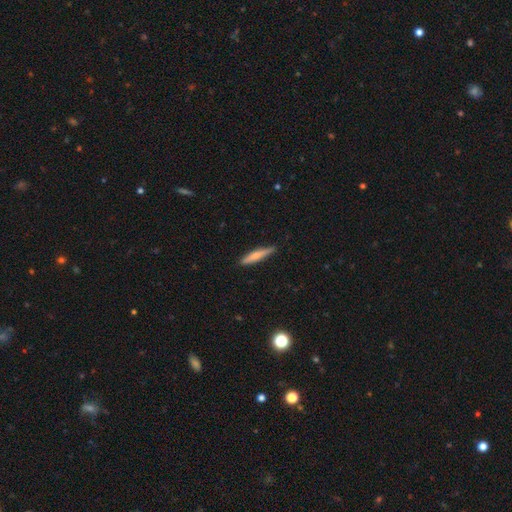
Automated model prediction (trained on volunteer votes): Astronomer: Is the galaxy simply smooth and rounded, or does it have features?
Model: smooth — 65%.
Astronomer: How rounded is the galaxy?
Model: cigar-shaped — 91%.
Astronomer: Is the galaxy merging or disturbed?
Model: none — 86%.